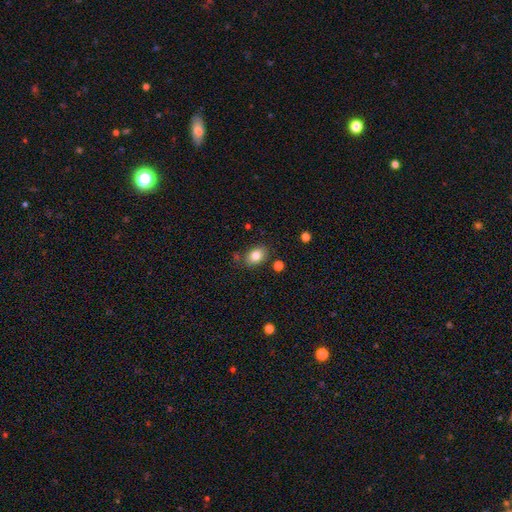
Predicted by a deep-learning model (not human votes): smooth_or_featured: smooth (p=0.83) [alt: star or artifact p=0.09]
how_rounded: in between (p=0.75) [alt: round p=0.24]
merging: none (p=0.79) [alt: minor disturbance p=0.13]